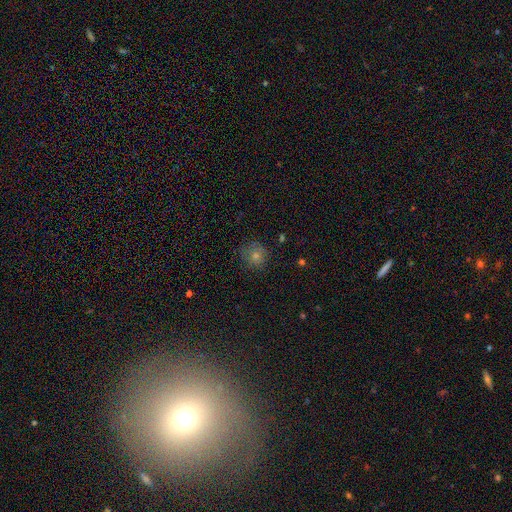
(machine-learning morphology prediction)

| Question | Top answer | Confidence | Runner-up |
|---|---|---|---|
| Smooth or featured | smooth | 54% | star or artifact (28%) |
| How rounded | round | 92% | in between (7%) |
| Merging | none | 81% | minor disturbance (13%) |